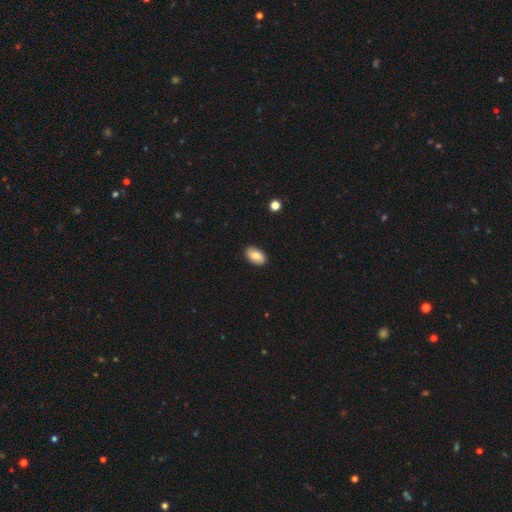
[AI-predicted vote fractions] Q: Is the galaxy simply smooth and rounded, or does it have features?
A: smooth — 72%.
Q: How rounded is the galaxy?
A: in between — 93%.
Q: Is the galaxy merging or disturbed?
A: none — 89%.